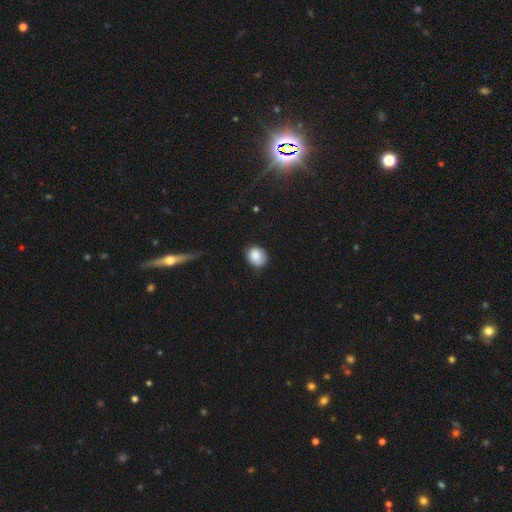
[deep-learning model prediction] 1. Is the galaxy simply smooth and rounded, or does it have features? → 87% smooth, 8% star or artifact, 5% featured or disk.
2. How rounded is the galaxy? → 57% round, 42% in between, 1% cigar-shaped.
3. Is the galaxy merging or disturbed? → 76% none, 19% minor disturbance, 4% major disturbance, 1% merger.